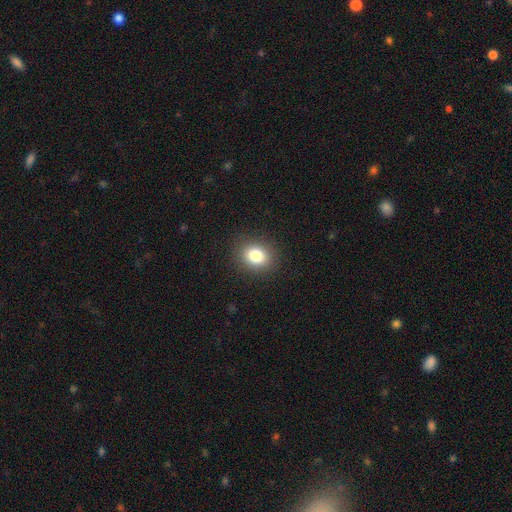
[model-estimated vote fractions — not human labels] smooth-or-featured: smooth: 82% | star or artifact: 11% | featured or disk: 7%
  how-rounded: round: 55% | in between: 44% | cigar-shaped: 1%
  merging: none: 89% | minor disturbance: 7% | major disturbance: 3% | merger: 1%